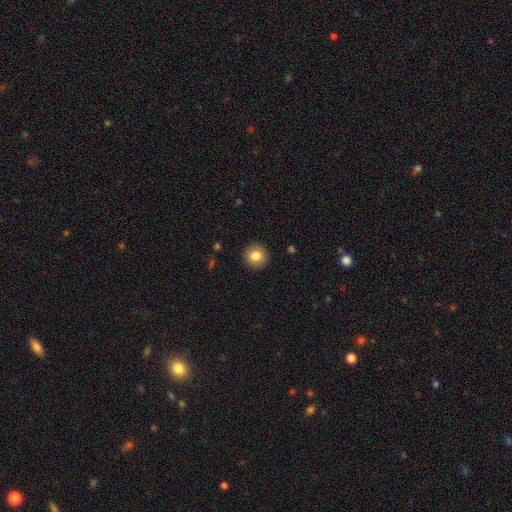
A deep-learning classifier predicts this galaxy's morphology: A smooth galaxy with no disk features (84%) that is round (93%).

Vote fractions:
- Smooth or featured? smooth: 84% / star or artifact: 9% / featured or disk: 7%
- How rounded? round: 93% / in between: 6% / cigar-shaped: 1%
- Merging? none: 92% / minor disturbance: 5% / major disturbance: 2% / merger: 1%